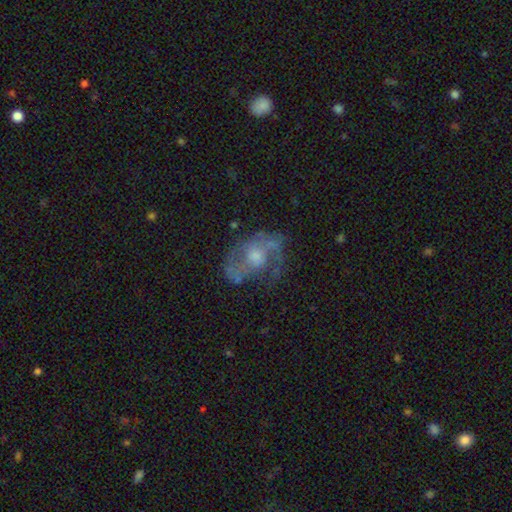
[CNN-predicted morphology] Q: Smooth or featured?
A: featured or disk (75%); runner-up: smooth (16%)
Q: Edge-on disk?
A: no (97%); runner-up: yes (3%)
Q: Bar?
A: no (69%); runner-up: weak (26%)
Q: Spiral arms?
A: yes (78%); runner-up: no (22%)
Q: Spiral winding?
A: medium (48%); runner-up: loose (31%)
Q: Spiral arm count?
A: 2 (67%); runner-up: can't tell (16%)
Q: Bulge size?
A: moderate (52%); runner-up: small (29%)
Q: Merging?
A: none (58%); runner-up: minor disturbance (21%)